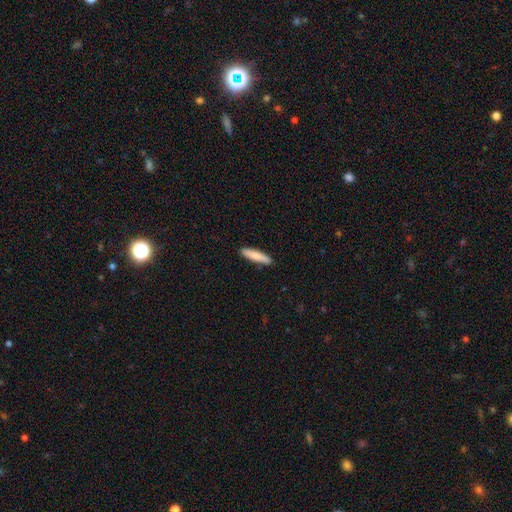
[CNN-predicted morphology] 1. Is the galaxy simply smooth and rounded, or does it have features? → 81% smooth, 14% featured or disk, 5% star or artifact.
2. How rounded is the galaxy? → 82% cigar-shaped, 16% in between, 1% round.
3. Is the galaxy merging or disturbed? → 88% none, 9% minor disturbance, 2% major disturbance, 1% merger.